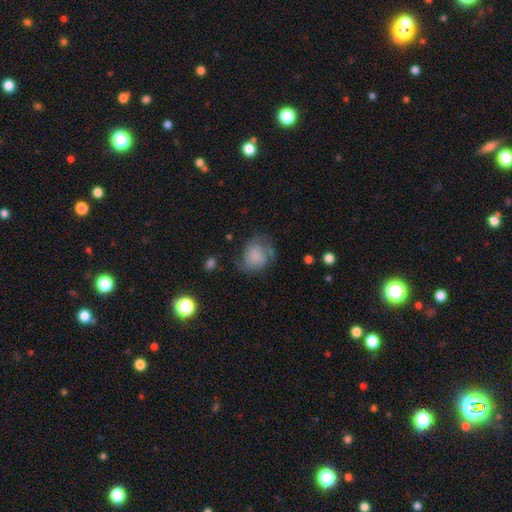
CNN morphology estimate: Smooth or featured? Predicted: smooth (p=0.57). How rounded? Predicted: round (p=0.60). Merging? Predicted: none (p=0.48).